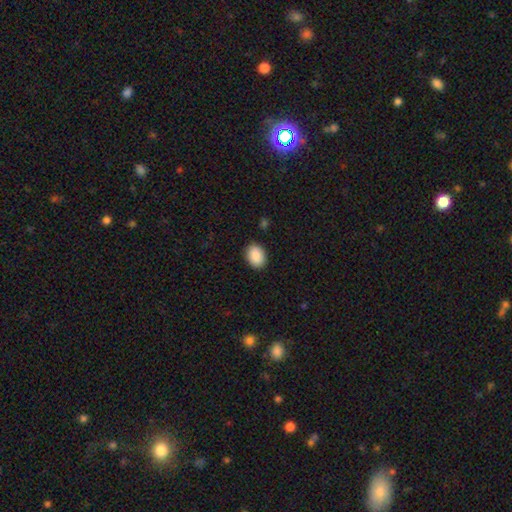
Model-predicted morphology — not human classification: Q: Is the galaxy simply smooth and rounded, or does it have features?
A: smooth — 90%.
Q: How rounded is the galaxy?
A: in between — 72%.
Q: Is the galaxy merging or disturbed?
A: none — 89%.